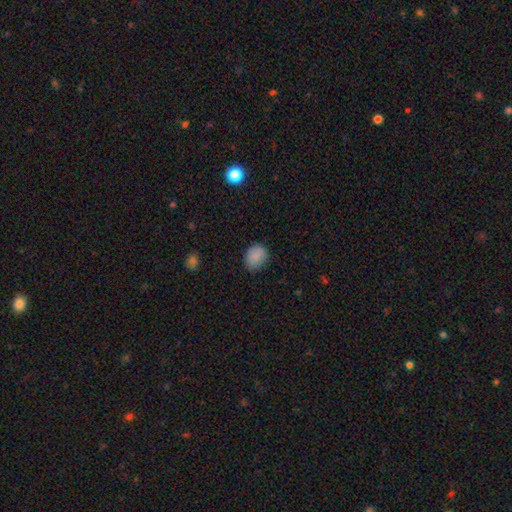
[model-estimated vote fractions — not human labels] A smooth galaxy with no disk features (86%) that is round (51%). Merging: none (73%).